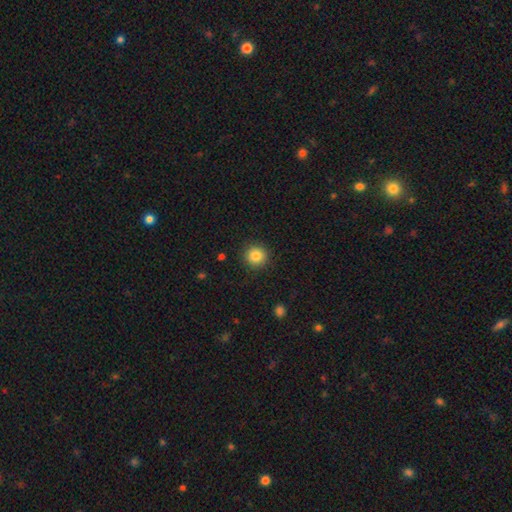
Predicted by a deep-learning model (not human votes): This is clearly a smooth galaxy (85%). How rounded: clearly round (94%). Merging: clearly none (91%).